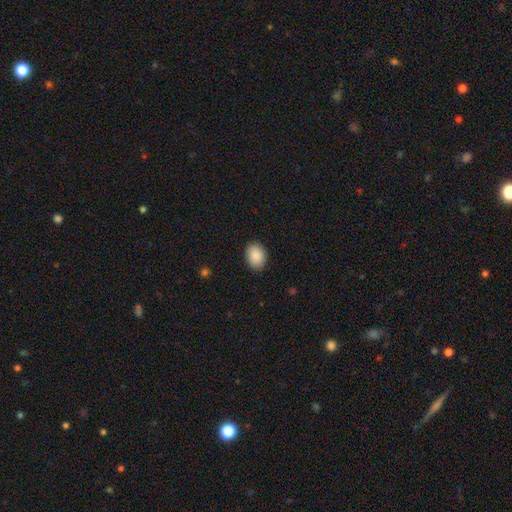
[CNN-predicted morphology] The model was most divided on "how rounded": in between: 74%, round: 25%, cigar-shaped: 1%. More confident: smooth or featured — smooth (89%); merging — none (89%).